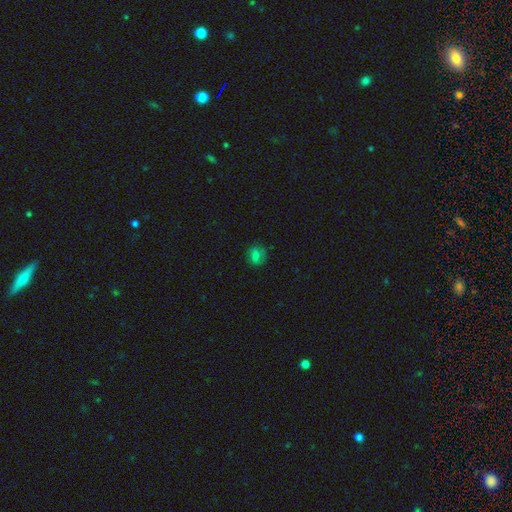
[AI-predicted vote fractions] Morphology: type=smooth (67%); roundness=round (60%); merging=none (75%).